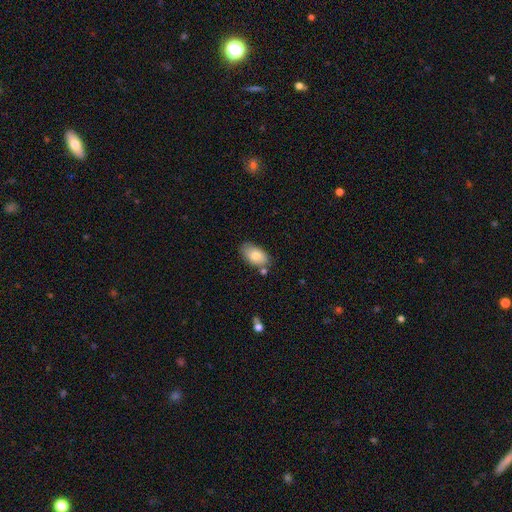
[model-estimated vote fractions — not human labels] The model was most divided on "merging": none: 73%, minor disturbance: 17%, merger: 7%, major disturbance: 3%. More confident: how rounded — in between (93%); smooth or featured — smooth (81%).